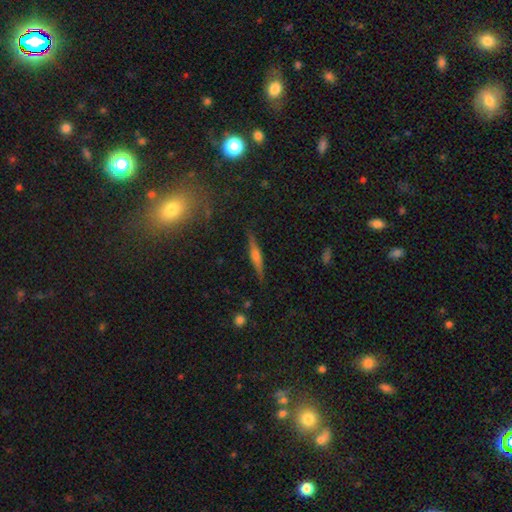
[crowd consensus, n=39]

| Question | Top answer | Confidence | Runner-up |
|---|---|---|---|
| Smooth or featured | featured or disk | 69% | smooth (21%) |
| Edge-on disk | yes | 93% | no (7%) |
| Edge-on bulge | rounded | 68% | boxy (20%) |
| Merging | none | 94% | minor disturbance (3%) |